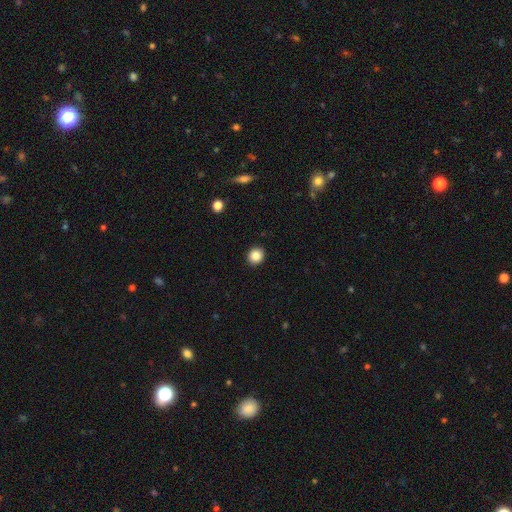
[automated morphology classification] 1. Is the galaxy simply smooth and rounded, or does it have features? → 86% smooth, 10% star or artifact, 4% featured or disk.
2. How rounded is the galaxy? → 85% round, 14% in between, 1% cigar-shaped.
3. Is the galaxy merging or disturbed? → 92% none, 5% minor disturbance, 2% major disturbance, 1% merger.